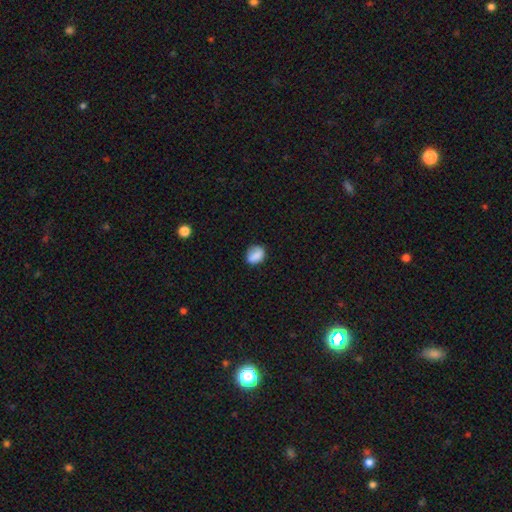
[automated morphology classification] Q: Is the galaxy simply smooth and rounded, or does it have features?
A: smooth — 84%.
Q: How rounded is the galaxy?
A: in between — 56%.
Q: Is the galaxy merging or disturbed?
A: none — 72%.